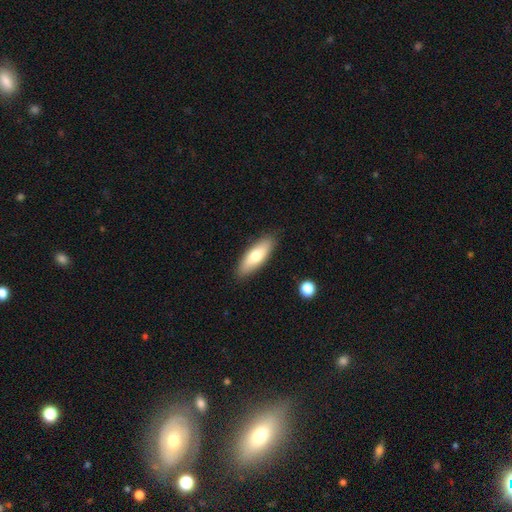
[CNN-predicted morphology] Smooth or featured: smooth — 72% (featured or disk — 23%)
How rounded: in between — 63% (cigar-shaped — 35%)
Merging: none — 88% (minor disturbance — 9%)